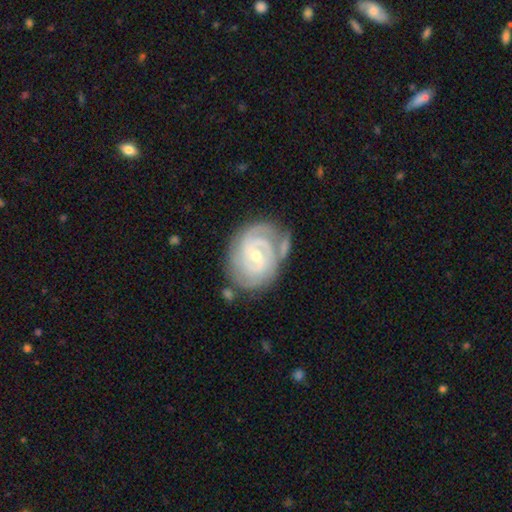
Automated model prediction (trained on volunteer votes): smooth_or_featured: featured or disk (p=0.89) [alt: smooth p=0.06]
disk_edge_on: no (p=0.97) [alt: yes p=0.03]
bar: weak (p=0.48) [alt: no p=0.36]
has_spiral_arms: yes (p=0.97) [alt: no p=0.03]
spiral_winding: tight (p=0.71) [alt: medium p=0.25]
spiral_arm_count: 2 (p=0.41) [alt: 3 p=0.26]
bulge_size: small (p=0.58) [alt: moderate p=0.39]
merging: none (p=0.65) [alt: minor disturbance p=0.21]